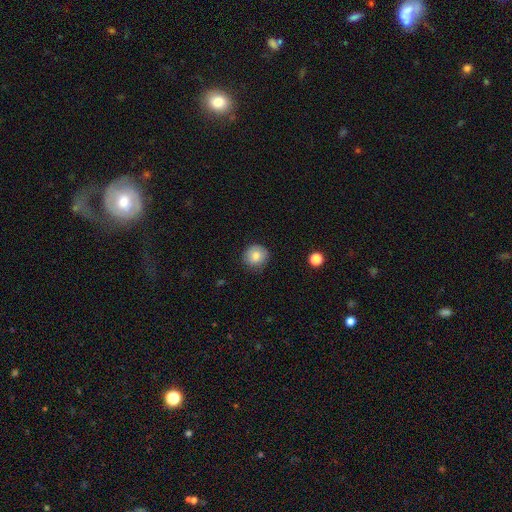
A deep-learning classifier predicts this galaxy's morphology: smooth_or_featured: smooth (p=0.78) [alt: featured or disk p=0.13]
how_rounded: round (p=0.92) [alt: in between p=0.07]
merging: none (p=0.83) [alt: minor disturbance p=0.14]